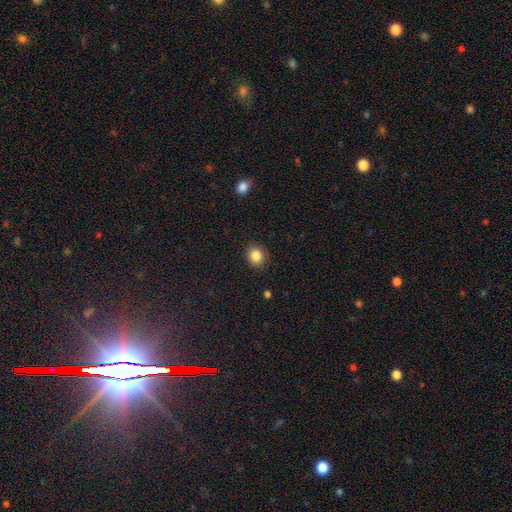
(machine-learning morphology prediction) Smooth or featured? Predicted: smooth (p=0.85). How rounded? Predicted: round (p=0.77). Merging? Predicted: none (p=0.88).